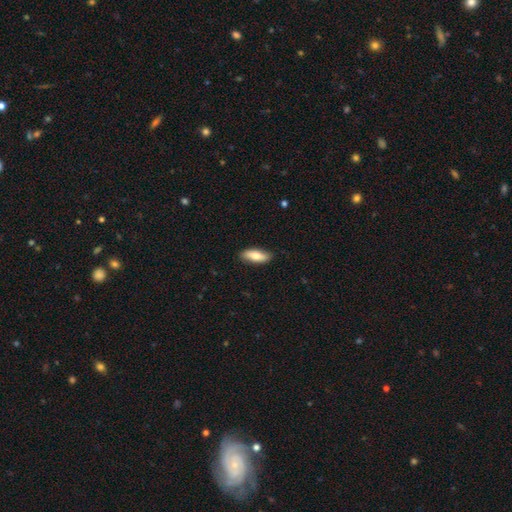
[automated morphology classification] The model was most divided on "how rounded": in between: 65%, cigar-shaped: 33%, round: 3%. More confident: merging — none (87%); smooth or featured — smooth (74%).